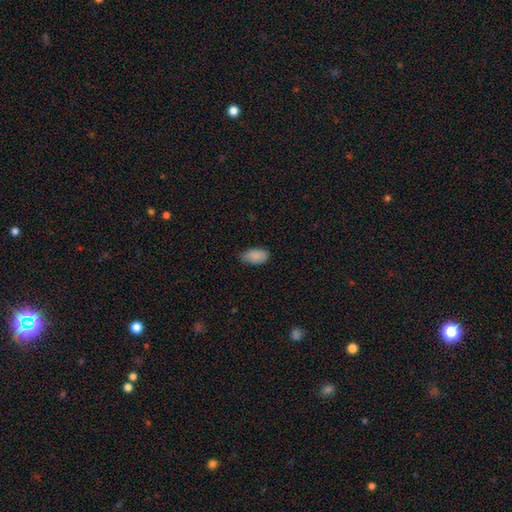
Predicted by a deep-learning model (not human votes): A smooth galaxy with no disk features (88%) that is in between round and cigar-shaped (94%). Merging: none (66%).